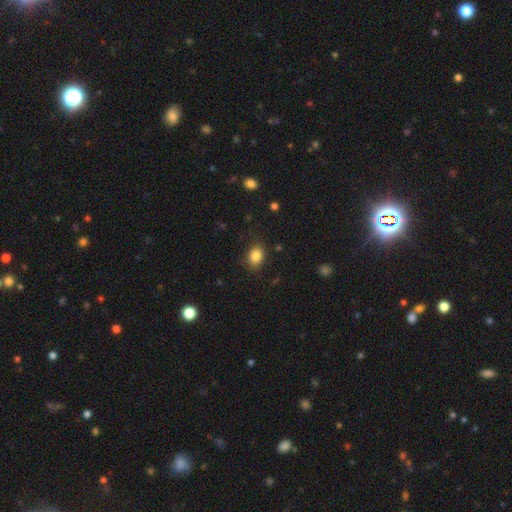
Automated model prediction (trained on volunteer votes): Q: Smooth or featured?
A: smooth (84%); runner-up: star or artifact (10%)
Q: How rounded?
A: in between (66%); runner-up: round (33%)
Q: Merging?
A: none (82%); runner-up: minor disturbance (13%)